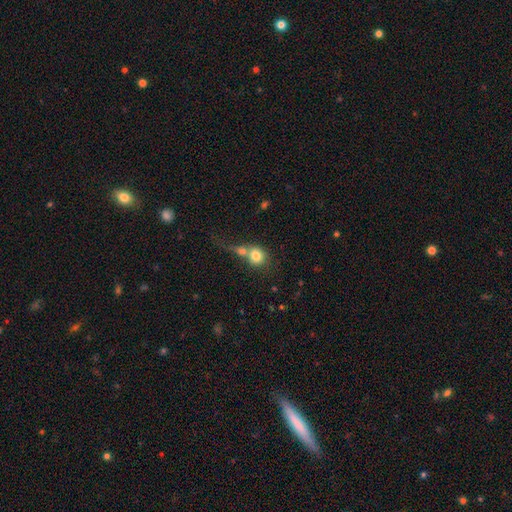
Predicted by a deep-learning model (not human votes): Smooth or featured: smooth — 76% (featured or disk — 15%)
How rounded: round — 75% (in between — 24%)
Merging: merger — 57% (none — 26%)